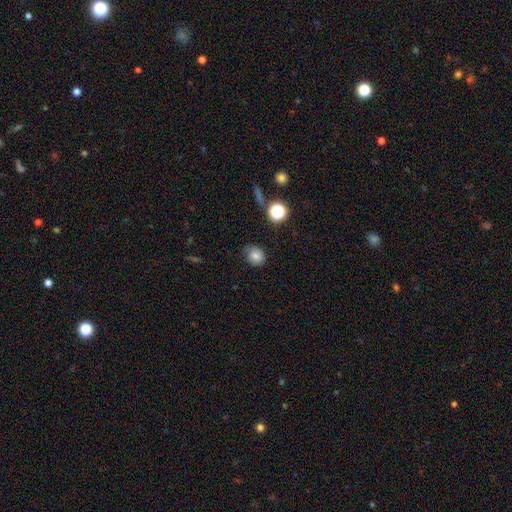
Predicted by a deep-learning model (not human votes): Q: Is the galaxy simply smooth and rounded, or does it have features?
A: smooth — 77%.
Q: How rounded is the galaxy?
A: round — 64%.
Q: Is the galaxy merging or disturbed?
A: none — 70%.